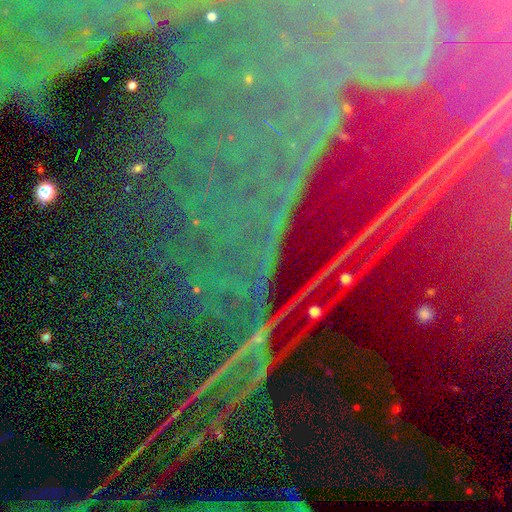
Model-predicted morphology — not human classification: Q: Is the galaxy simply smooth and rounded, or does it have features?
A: star or artifact — 88%.